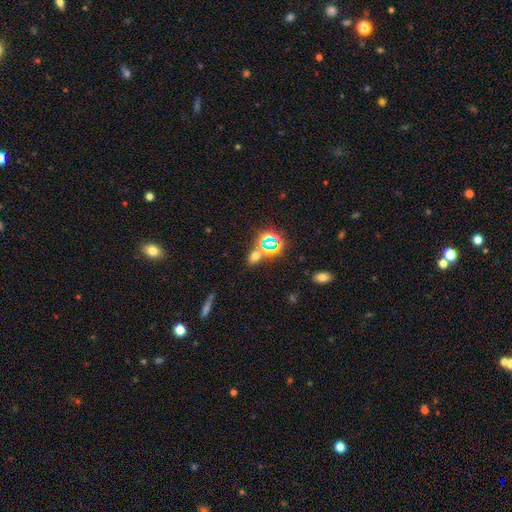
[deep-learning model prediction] Smooth or featured?
  - smooth: 50% *
  - star or artifact: 41%
  - featured or disk: 9%
How rounded?
  - in between: 55% *
  - round: 40%
  - cigar-shaped: 5%
Merging?
  - none: 67% *
  - merger: 18%
  - minor disturbance: 10%
  - major disturbance: 5%